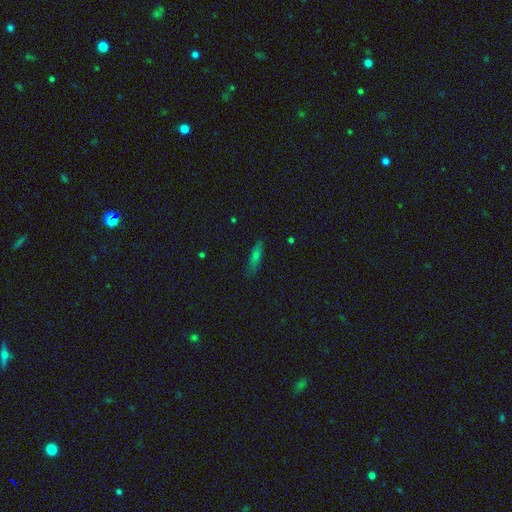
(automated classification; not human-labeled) Morphology: type=smooth (58%); roundness=cigar-shaped (71%); merging=none (84%).